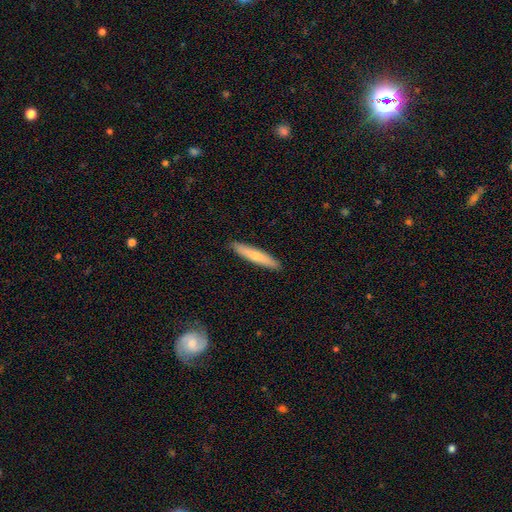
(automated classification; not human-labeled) The model was most divided on "smooth or featured": smooth: 68%, featured or disk: 26%, star or artifact: 5%. More confident: how rounded — cigar-shaped (92%); merging — none (91%).